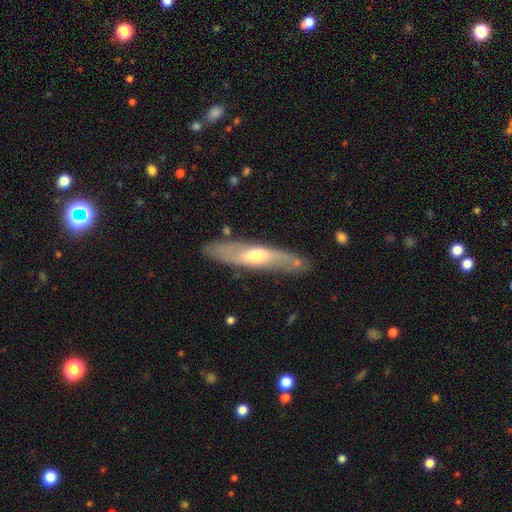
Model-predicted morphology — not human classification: Smooth or featured? featured or disk (59%)
Edge-on disk? yes (51%)
Merging? none (80%)